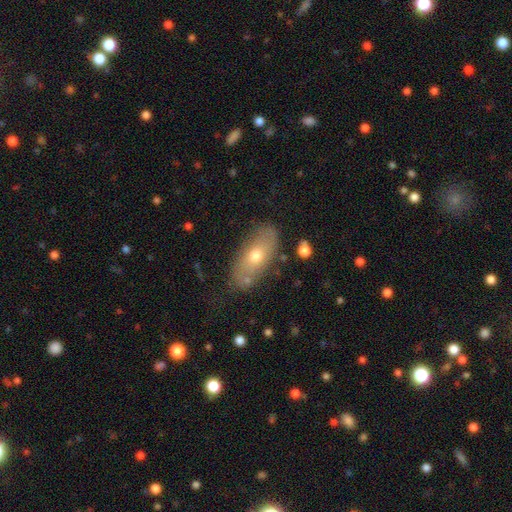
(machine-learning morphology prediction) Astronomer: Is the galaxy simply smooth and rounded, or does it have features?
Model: smooth — 54% (runner-up: featured or disk, 37%).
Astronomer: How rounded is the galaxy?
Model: in between — 82%.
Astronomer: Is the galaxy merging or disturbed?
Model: none — 75%.